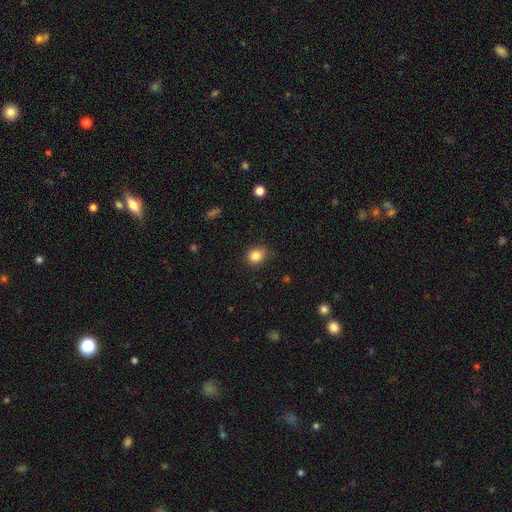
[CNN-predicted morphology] Overall: smooth (84%). How rounded: round (65%; in between 34%). Merging: none (81%).